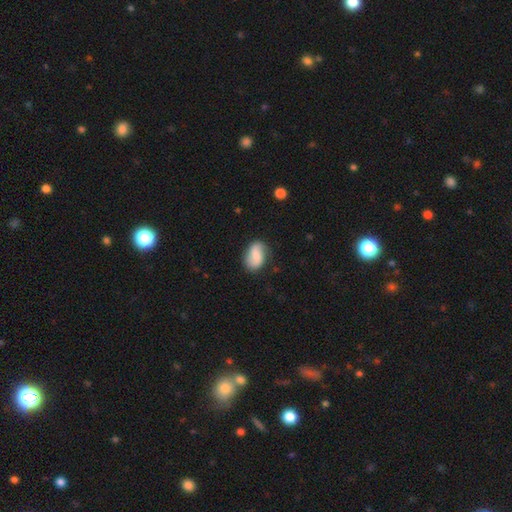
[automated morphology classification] This appears to be a smooth galaxy with no disk features (50%). Merging: none (73%).